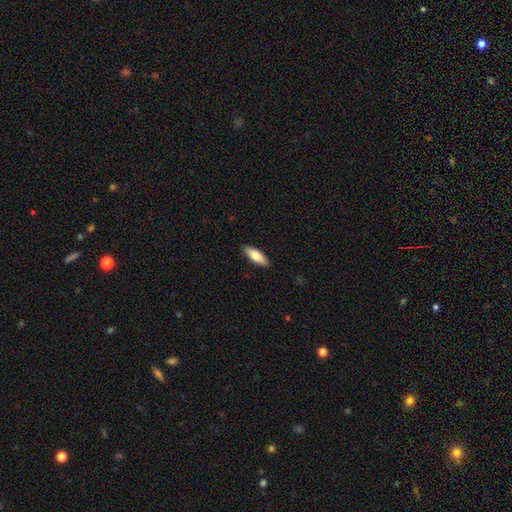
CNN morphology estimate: Smooth or featured: smooth — 77% (featured or disk — 17%)
How rounded: in between — 66% (cigar-shaped — 32%)
Merging: none — 90% (minor disturbance — 8%)